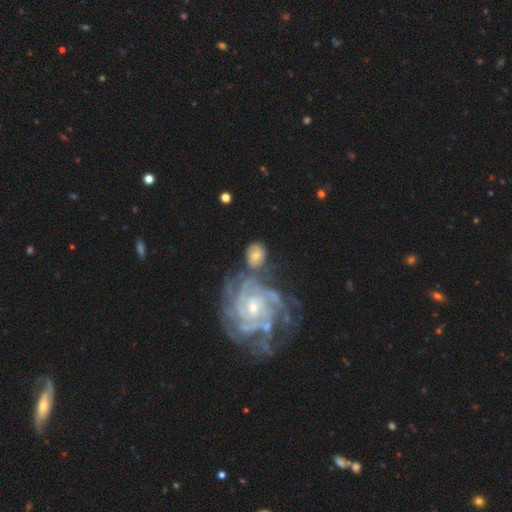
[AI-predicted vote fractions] This appears to be a featured or disk galaxy (57%) with no bar (62%), spiral arms (87%) and a small central bulge (51%). Merging: none (51%).